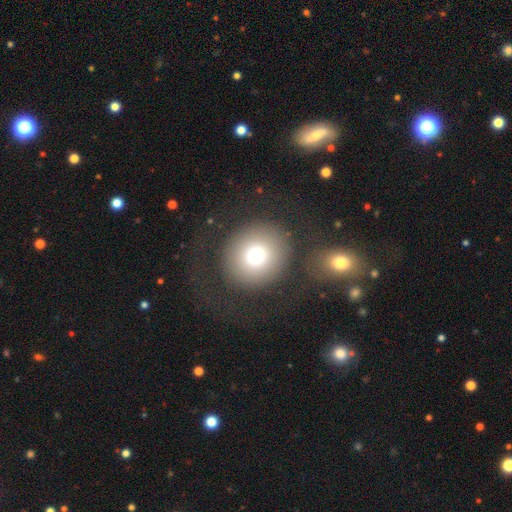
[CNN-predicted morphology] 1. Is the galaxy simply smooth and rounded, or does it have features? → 73% smooth, 15% star or artifact, 12% featured or disk.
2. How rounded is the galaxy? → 90% round, 9% in between, 1% cigar-shaped.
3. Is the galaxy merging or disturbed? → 76% none, 10% minor disturbance, 9% major disturbance, 5% merger.